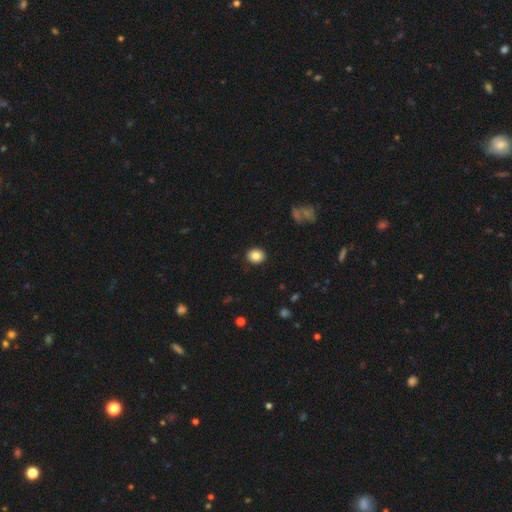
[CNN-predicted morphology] This is clearly a smooth galaxy (85%). How rounded: likely round (66%). Merging: clearly none (90%).